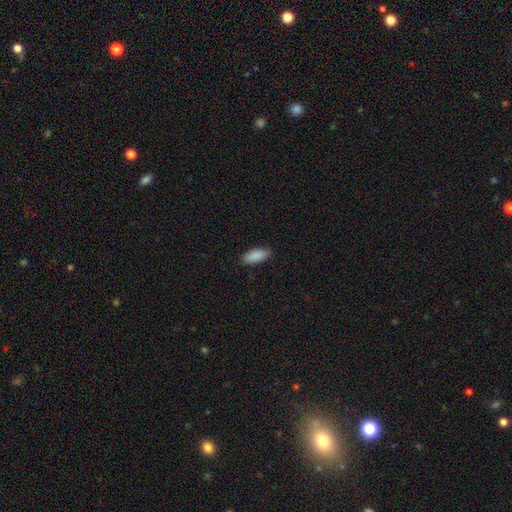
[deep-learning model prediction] This is clearly a smooth galaxy (90%). How rounded: clearly in between (84%). Merging: clearly none (89%).